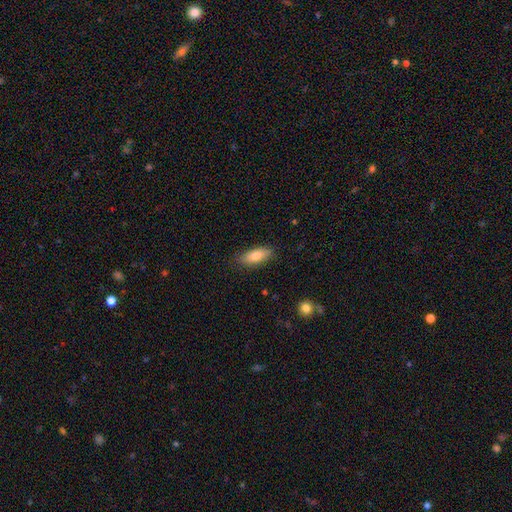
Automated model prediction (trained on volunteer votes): Morphology: type=smooth (80%); roundness=in between (72%); merging=none (84%).